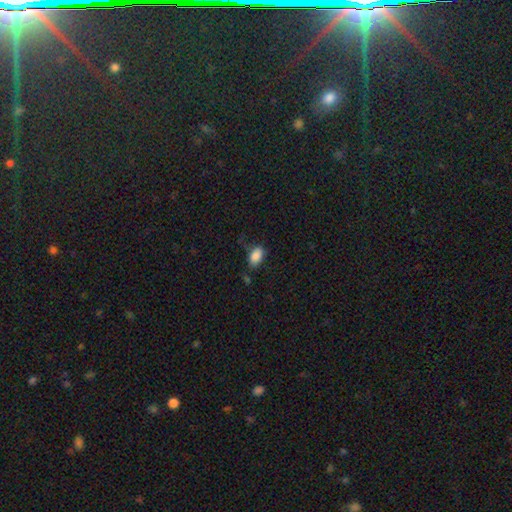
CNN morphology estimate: The model was most divided on "merging": none: 66%, minor disturbance: 23%, major disturbance: 6%, merger: 4%. More confident: how rounded — in between (91%); smooth or featured — smooth (87%).